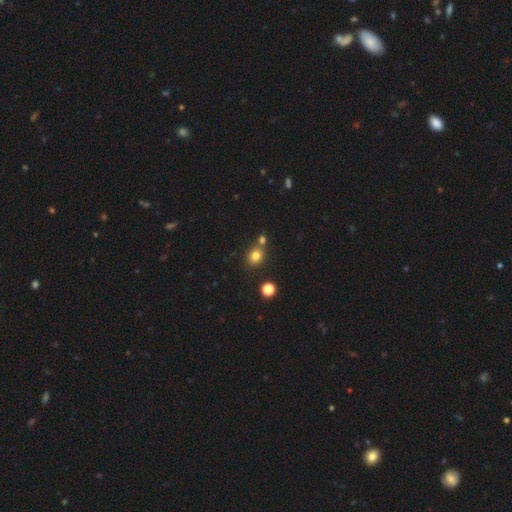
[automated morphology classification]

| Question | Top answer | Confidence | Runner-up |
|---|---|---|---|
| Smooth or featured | smooth | 80% | star or artifact (14%) |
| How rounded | round | 70% | in between (29%) |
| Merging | none | 70% | merger (17%) |